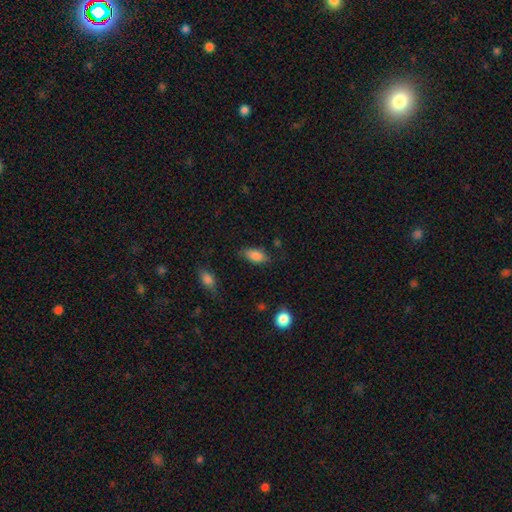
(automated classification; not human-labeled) Smooth or featured?
  - smooth: 84% *
  - star or artifact: 8%
  - featured or disk: 7%
How rounded?
  - in between: 88% *
  - cigar-shaped: 8%
  - round: 4%
Merging?
  - none: 70% *
  - minor disturbance: 22%
  - major disturbance: 6%
  - merger: 2%